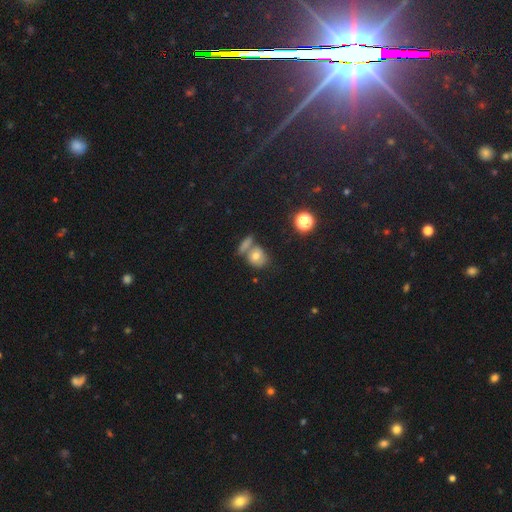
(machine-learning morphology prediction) Smooth or featured? Predicted: smooth (p=0.66). How rounded? Predicted: round (p=0.60). Merging? Predicted: none (p=0.49).